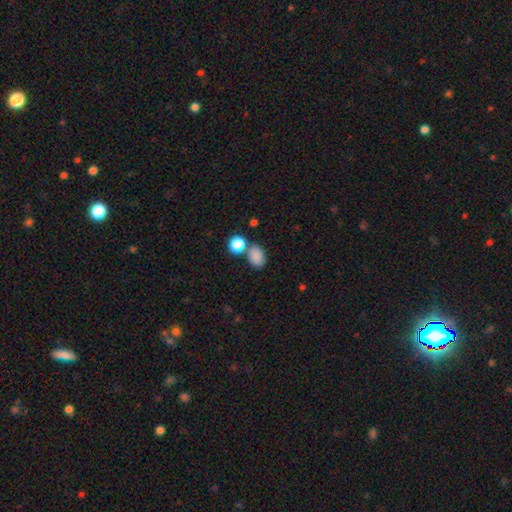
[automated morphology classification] Smooth or featured? Predicted: smooth (p=0.85). How rounded? Predicted: in between (p=0.73). Merging? Predicted: none (p=0.62).